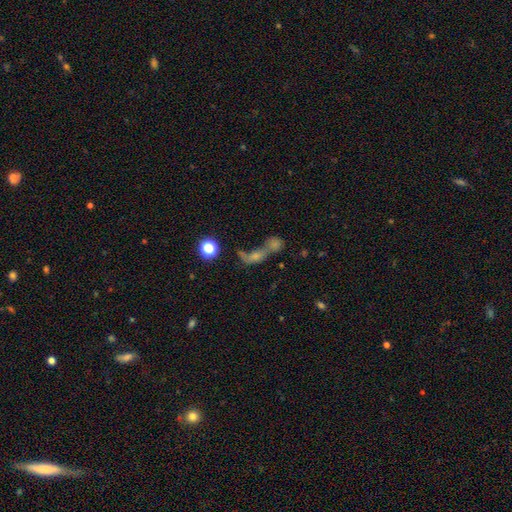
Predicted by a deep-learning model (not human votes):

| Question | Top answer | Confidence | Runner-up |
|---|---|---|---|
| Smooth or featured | smooth | 42% | featured or disk (34%) |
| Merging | merger | 60% | none (19%) |